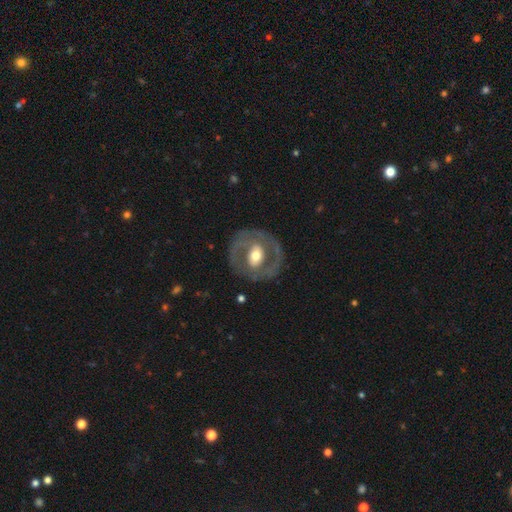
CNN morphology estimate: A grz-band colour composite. It shows a featured or disk galaxy (66%) with no bar (44%), no spiral arms (61%) and a moderate central bulge (66%). Merging: none (79%).